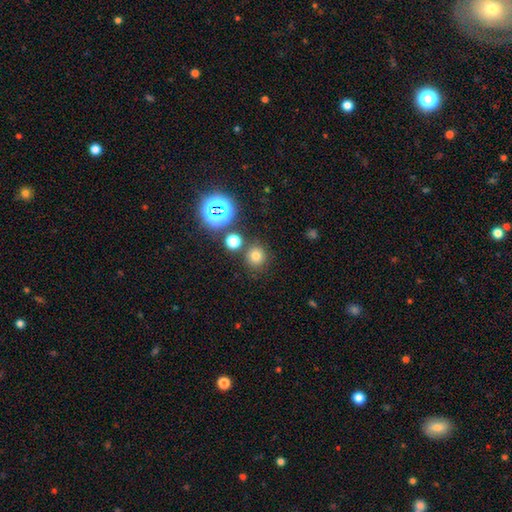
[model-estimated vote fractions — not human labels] This is likely a smooth galaxy (72%). How rounded: clearly round (92%). Merging: likely none (80%).